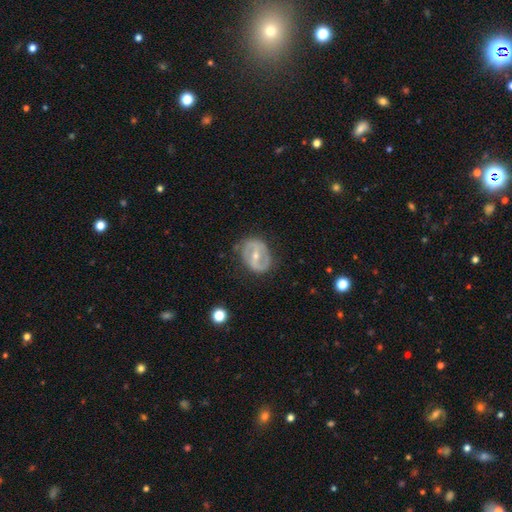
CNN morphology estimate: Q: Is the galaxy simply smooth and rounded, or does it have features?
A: featured or disk — 75%.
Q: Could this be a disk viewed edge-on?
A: no — 95%.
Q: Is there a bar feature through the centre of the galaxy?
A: strong — 53%.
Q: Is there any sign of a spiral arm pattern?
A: yes — 57%.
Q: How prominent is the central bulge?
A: moderate — 49%.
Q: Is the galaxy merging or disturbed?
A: none — 72%.